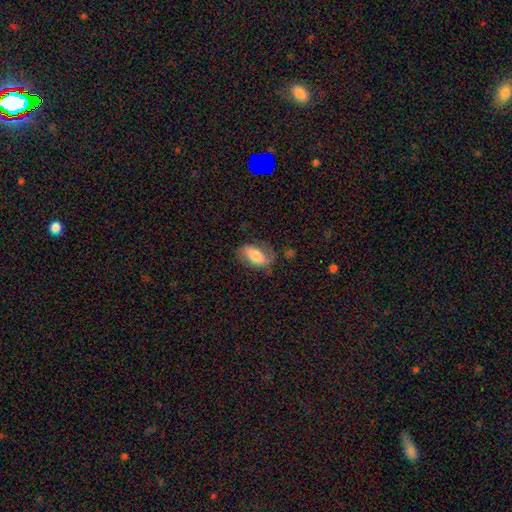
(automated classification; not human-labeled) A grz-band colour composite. It shows a smooth galaxy with no disk features (58%) that is in between round and cigar-shaped (88%). Merging: none (62%).